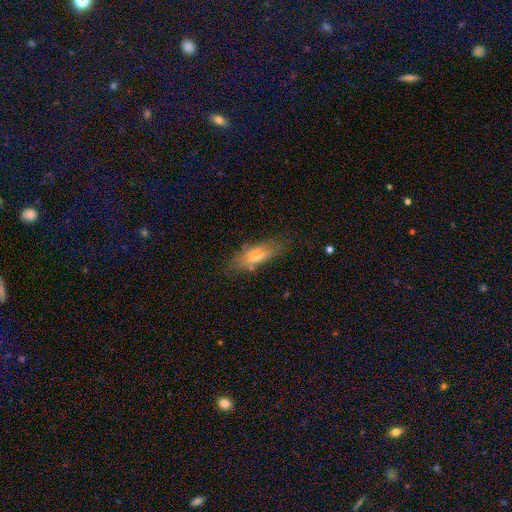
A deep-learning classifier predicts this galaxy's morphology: Overall: smooth (54%; featured or disk 37%). How rounded: in between (60%; cigar-shaped 37%). Merging: none (64%).